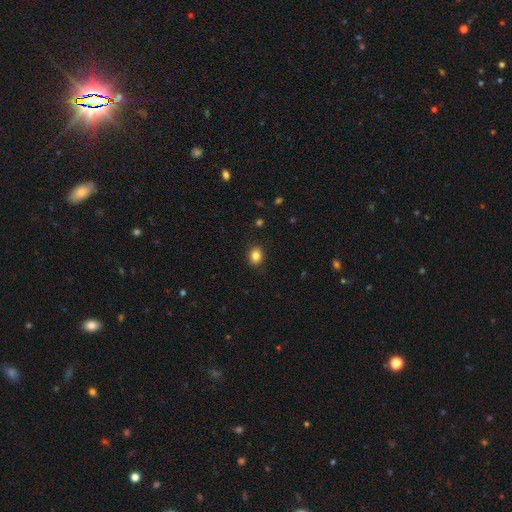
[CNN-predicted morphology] Q: Smooth or featured?
A: smooth (84%); runner-up: star or artifact (10%)
Q: How rounded?
A: in between (54%); runner-up: round (45%)
Q: Merging?
A: none (88%); runner-up: minor disturbance (8%)